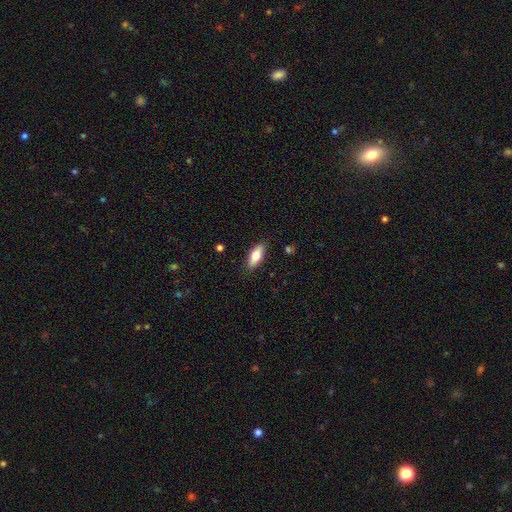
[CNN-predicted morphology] This is likely a smooth galaxy (76%). How rounded: likely in between (74%). Merging: clearly none (86%).